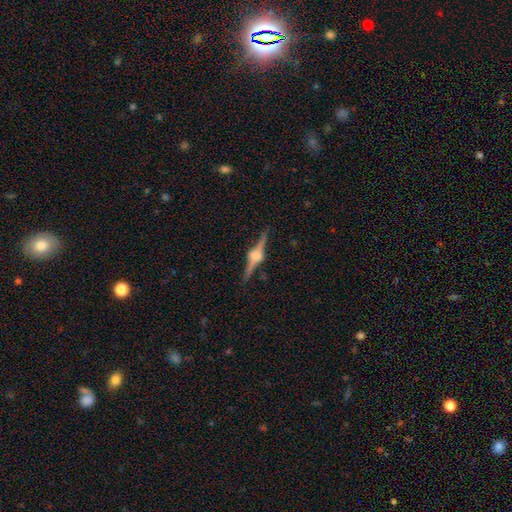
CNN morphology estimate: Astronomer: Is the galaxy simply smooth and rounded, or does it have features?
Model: featured or disk — 84%.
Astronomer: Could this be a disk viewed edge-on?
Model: yes — 98%.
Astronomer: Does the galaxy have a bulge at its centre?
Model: rounded — 91%.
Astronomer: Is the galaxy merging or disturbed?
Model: none — 86%.